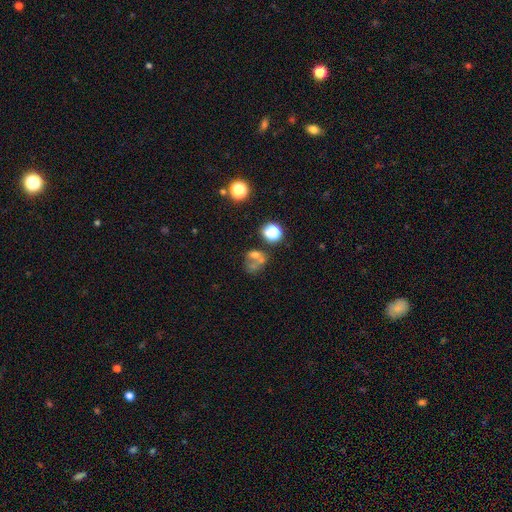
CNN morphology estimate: Smooth or featured? Predicted: smooth (p=0.47). Merging? Predicted: merger (p=0.44).